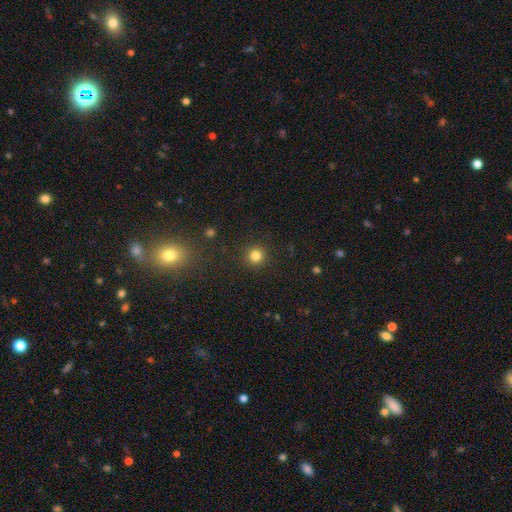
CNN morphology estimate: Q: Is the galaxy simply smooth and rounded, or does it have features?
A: smooth — 82%.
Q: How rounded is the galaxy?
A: round — 94%.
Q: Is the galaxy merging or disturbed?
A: none — 91%.